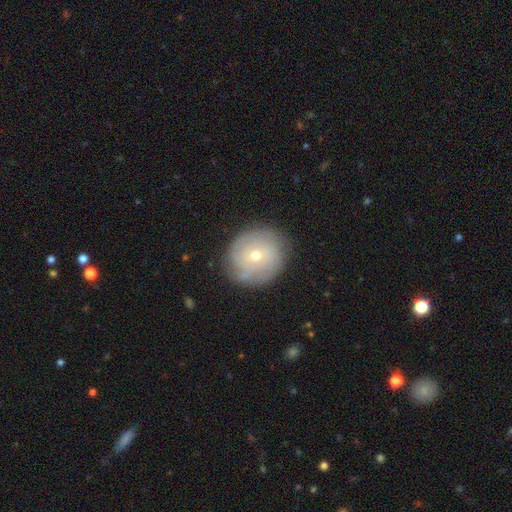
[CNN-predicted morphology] A featured or disk galaxy (63%) with no bar (73%), tight (71%) spiral arms (82%) and a small central bulge (55%). Merging: none (80%).